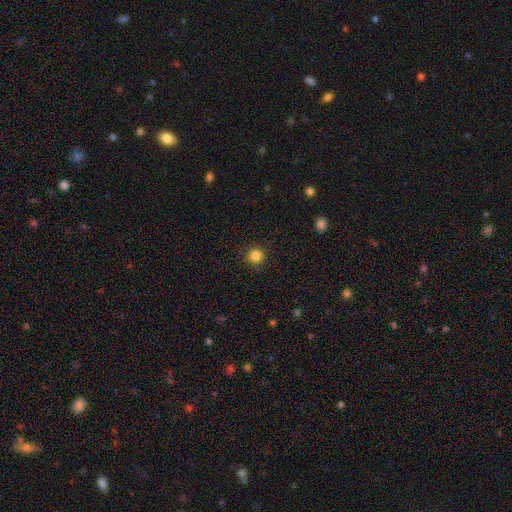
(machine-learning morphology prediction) smooth-or-featured: smooth: 84% | star or artifact: 12% | featured or disk: 4%
  how-rounded: round: 94% | in between: 5% | cigar-shaped: 1%
  merging: none: 91% | minor disturbance: 6% | major disturbance: 2% | merger: 1%